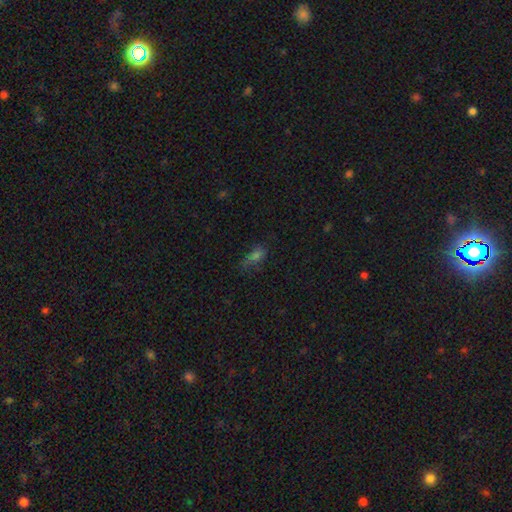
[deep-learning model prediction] Smooth or featured?
  - smooth: 58% *
  - star or artifact: 24%
  - featured or disk: 17%
How rounded?
  - in between: 74% *
  - round: 13%
  - cigar-shaped: 13%
Merging?
  - none: 49% *
  - minor disturbance: 30%
  - major disturbance: 18%
  - merger: 3%